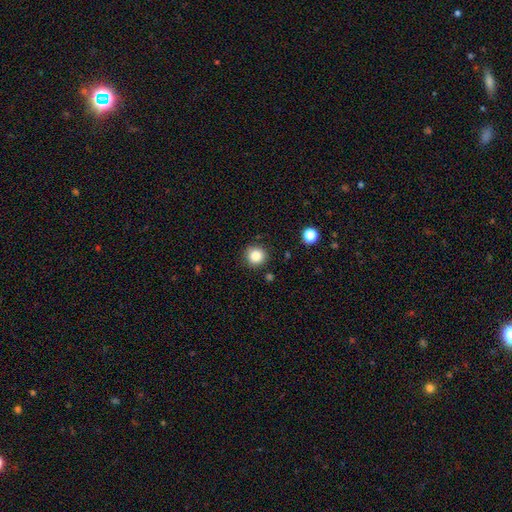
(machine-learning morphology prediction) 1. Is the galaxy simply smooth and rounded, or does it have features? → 85% smooth, 11% star or artifact, 4% featured or disk.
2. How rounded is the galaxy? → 93% round, 6% in between, 1% cigar-shaped.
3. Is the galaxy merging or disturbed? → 88% none, 7% minor disturbance, 2% major disturbance, 2% merger.